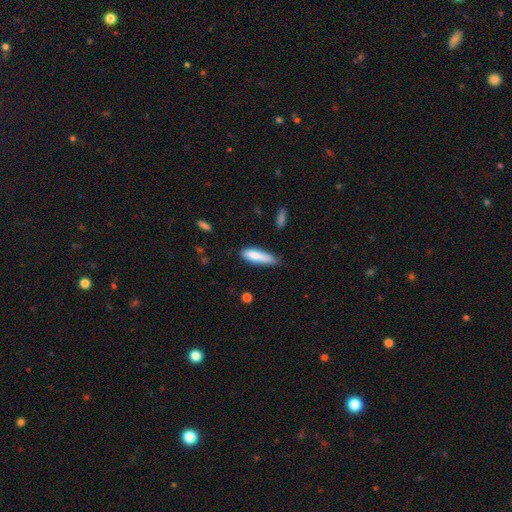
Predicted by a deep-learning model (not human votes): smooth-or-featured: smooth: 82% | featured or disk: 11% | star or artifact: 6%
  how-rounded: cigar-shaped: 64% | in between: 35% | round: 2%
  merging: none: 61% | minor disturbance: 30% | major disturbance: 6% | merger: 3%